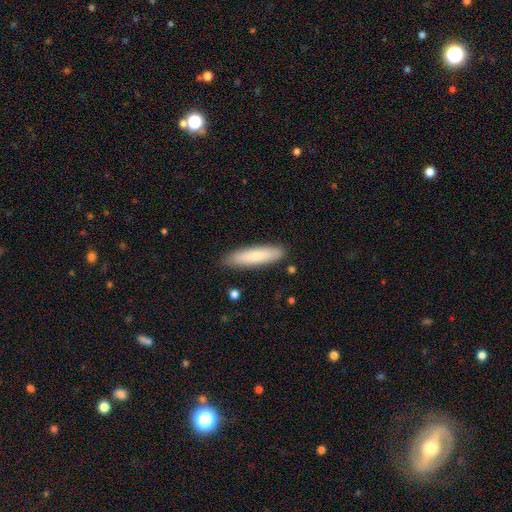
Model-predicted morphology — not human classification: type=smooth (78%); roundness=cigar-shaped (77%); merging=none (87%).